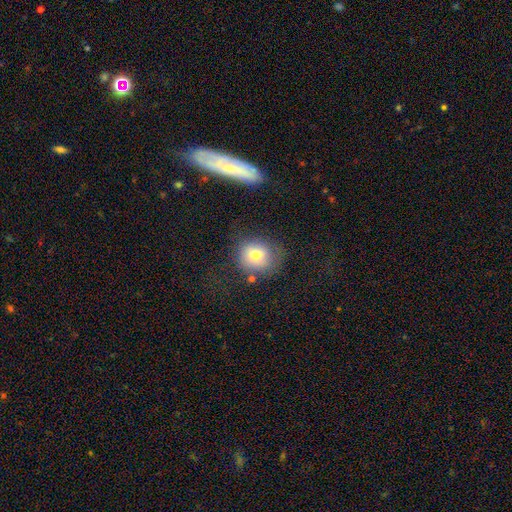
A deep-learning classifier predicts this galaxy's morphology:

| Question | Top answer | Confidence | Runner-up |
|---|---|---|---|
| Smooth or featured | smooth | 74% | featured or disk (14%) |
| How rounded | round | 84% | in between (15%) |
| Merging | none | 69% | minor disturbance (18%) |